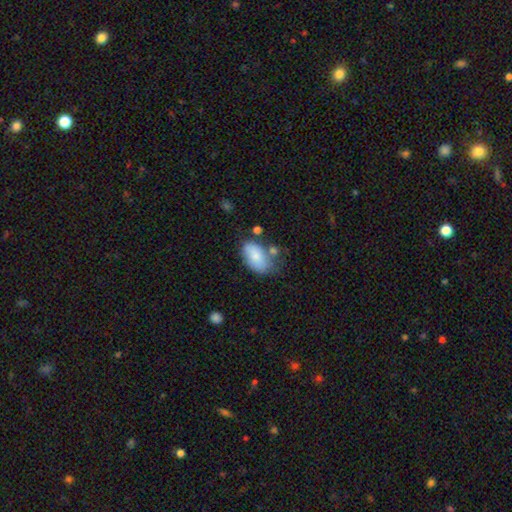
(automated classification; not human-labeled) Smooth or featured: smooth — 79% (featured or disk — 14%)
How rounded: in between — 93% (round — 6%)
Merging: none — 51% (minor disturbance — 26%)